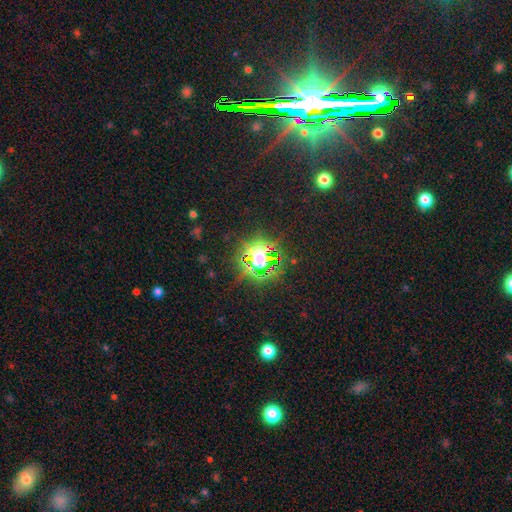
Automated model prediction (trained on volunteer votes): A star or artifact, not a galaxy (74%).